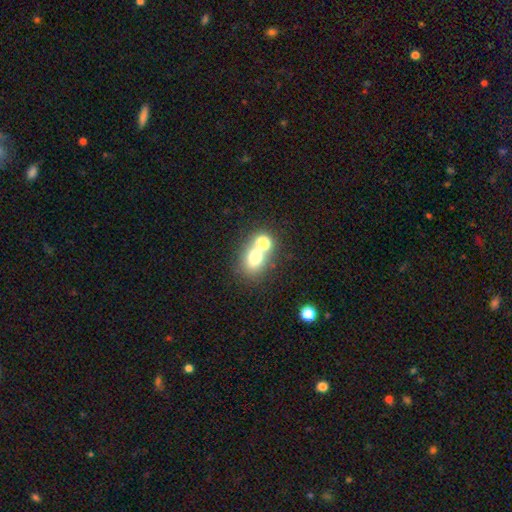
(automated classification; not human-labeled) This appears to be a smooth galaxy with no disk features (69%) that is round (56%). Merging: merger (44%, tied with none).